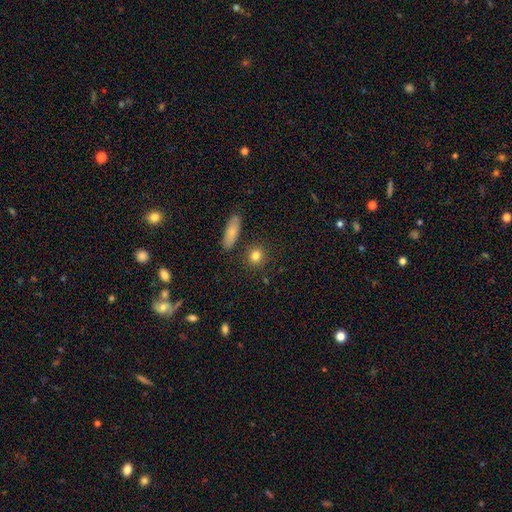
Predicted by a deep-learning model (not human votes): The model was most divided on "how rounded": round: 82%, in between: 16%, cigar-shaped: 3%. More confident: merging — none (86%); smooth or featured — smooth (82%).